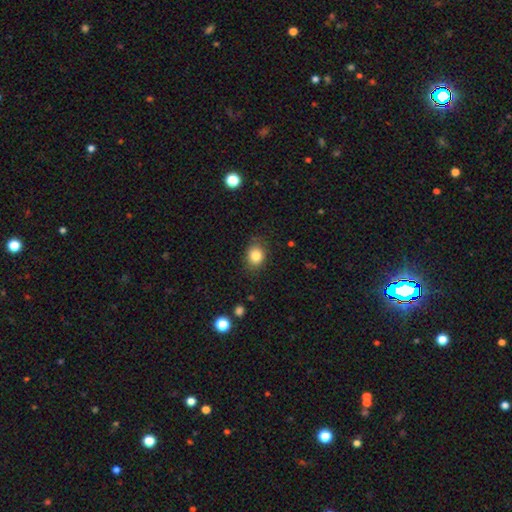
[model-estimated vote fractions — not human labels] Smooth or featured: smooth — 84% (star or artifact — 10%)
How rounded: round — 58% (in between — 41%)
Merging: none — 81% (minor disturbance — 15%)